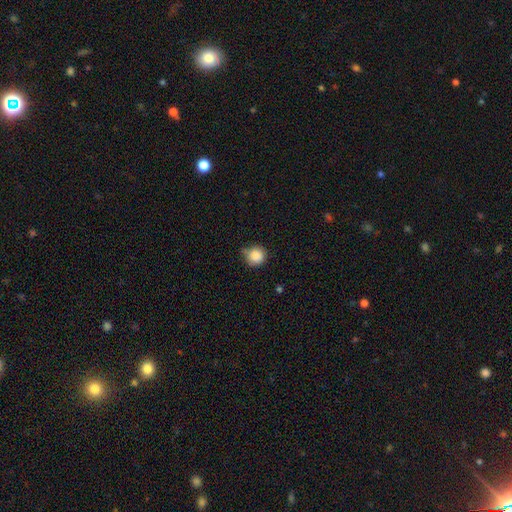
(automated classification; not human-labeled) A smooth galaxy with no disk features (87%) that is round (91%). Merging: none (59%).